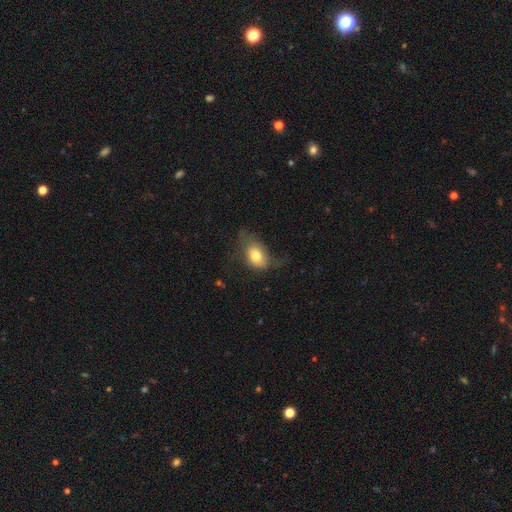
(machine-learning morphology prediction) smooth 69%, featured or disk 22%, star or artifact 9%. Down the decision tree: how rounded — in between (77%); merging — none (35%).